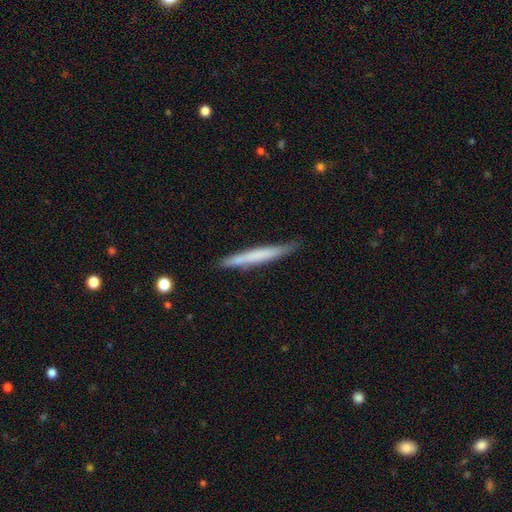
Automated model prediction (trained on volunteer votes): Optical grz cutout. It shows a smooth galaxy with no disk features (60%) that is cigar-shaped (96%). Merging: none (84%).